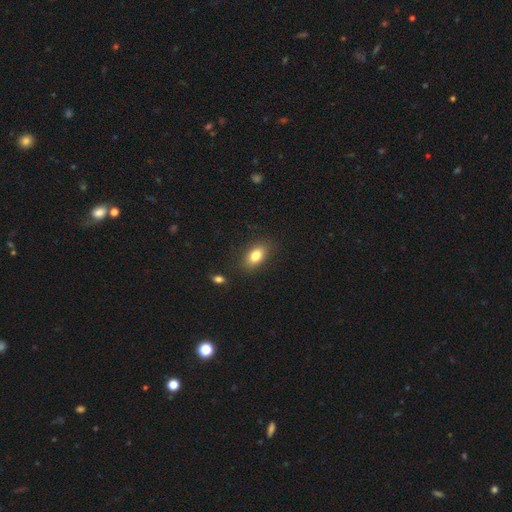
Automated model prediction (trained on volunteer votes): The model was most divided on "smooth or featured": smooth: 81%, featured or disk: 11%, star or artifact: 8%. More confident: how rounded — in between (87%); merging — none (85%).